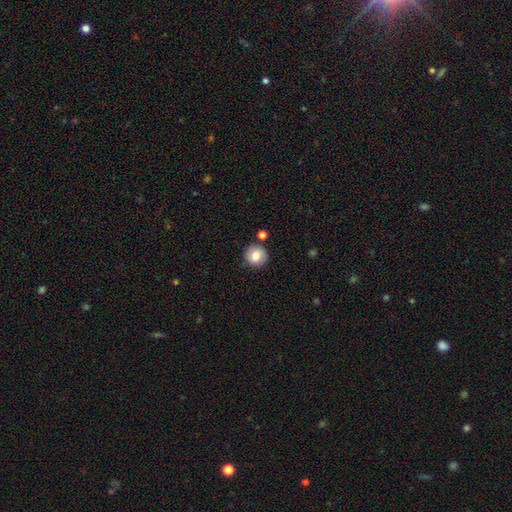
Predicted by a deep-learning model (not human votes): smooth 81%, featured or disk 10%, star or artifact 9%. Down the decision tree: how rounded — round (93%); merging — none (84%).